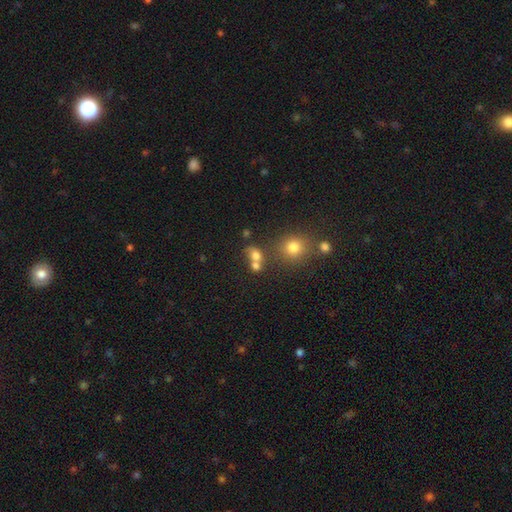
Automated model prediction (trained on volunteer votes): Smooth or featured? Predicted: smooth (p=0.71). How rounded? Predicted: round (p=0.58). Merging? Predicted: merger (p=0.47).